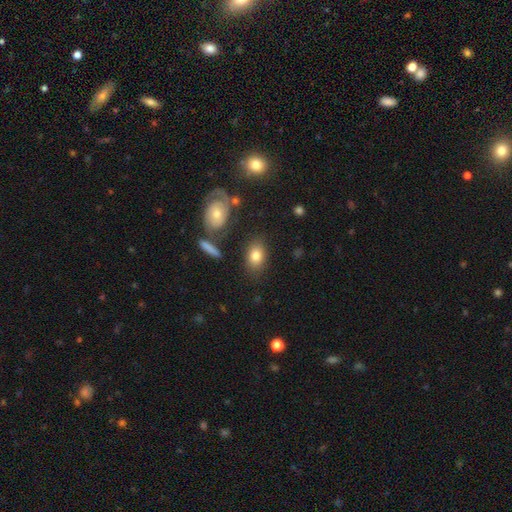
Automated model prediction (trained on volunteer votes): Q: Smooth or featured?
A: smooth (79%); runner-up: featured or disk (13%)
Q: How rounded?
A: in between (81%); runner-up: round (16%)
Q: Merging?
A: none (78%); runner-up: minor disturbance (12%)